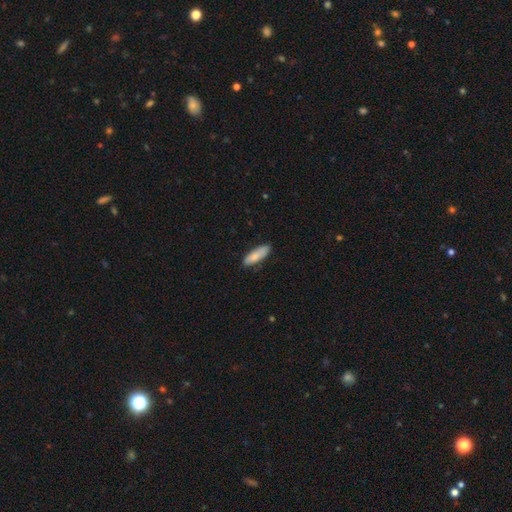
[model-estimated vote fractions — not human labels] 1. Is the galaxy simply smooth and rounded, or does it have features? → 84% smooth, 11% featured or disk, 6% star or artifact.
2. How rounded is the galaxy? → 53% in between, 46% cigar-shaped, 2% round.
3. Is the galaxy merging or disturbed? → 80% none, 16% minor disturbance, 2% major disturbance, 1% merger.